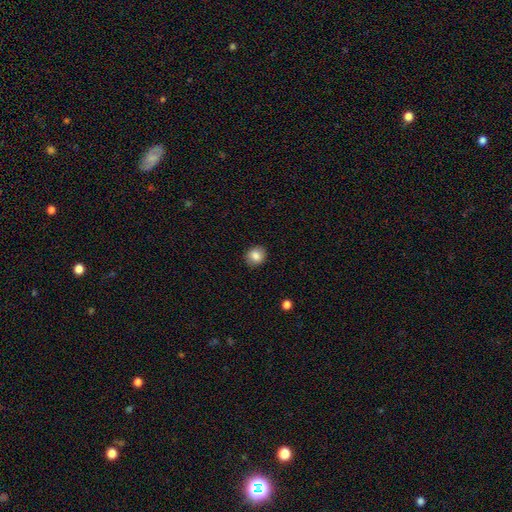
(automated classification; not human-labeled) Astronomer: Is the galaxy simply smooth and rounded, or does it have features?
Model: smooth — 85%.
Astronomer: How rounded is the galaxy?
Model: round — 78%.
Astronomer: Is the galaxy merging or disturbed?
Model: none — 90%.